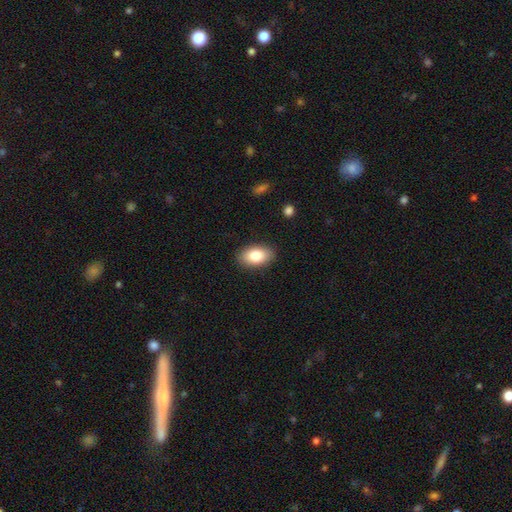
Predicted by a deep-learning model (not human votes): Smooth or featured?
  - smooth: 82% *
  - featured or disk: 11%
  - star or artifact: 7%
How rounded?
  - in between: 93% *
  - round: 6%
  - cigar-shaped: 2%
Merging?
  - none: 88% *
  - minor disturbance: 9%
  - major disturbance: 2%
  - merger: 1%